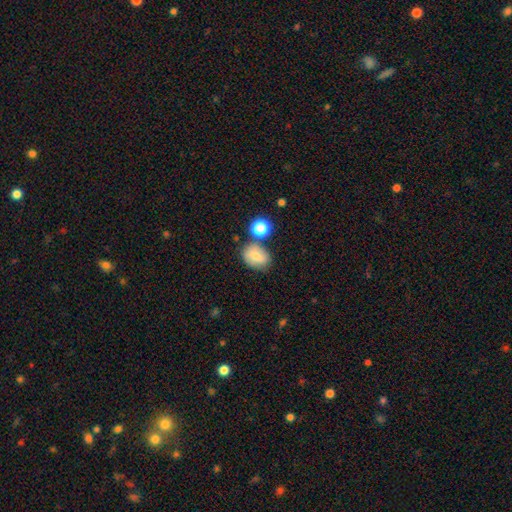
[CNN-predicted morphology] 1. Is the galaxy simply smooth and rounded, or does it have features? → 70% smooth, 19% featured or disk, 11% star or artifact.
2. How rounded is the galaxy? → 62% in between, 37% round, 1% cigar-shaped.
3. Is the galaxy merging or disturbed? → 64% none, 17% minor disturbance, 14% merger, 5% major disturbance.